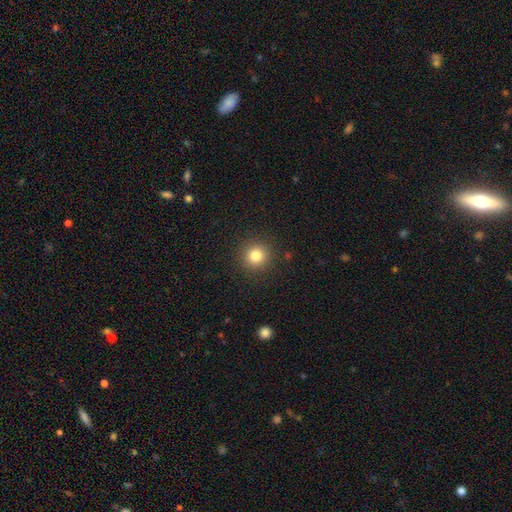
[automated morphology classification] The model was most divided on "smooth or featured": smooth: 83%, star or artifact: 12%, featured or disk: 6%. More confident: how rounded — round (94%); merging — none (91%).